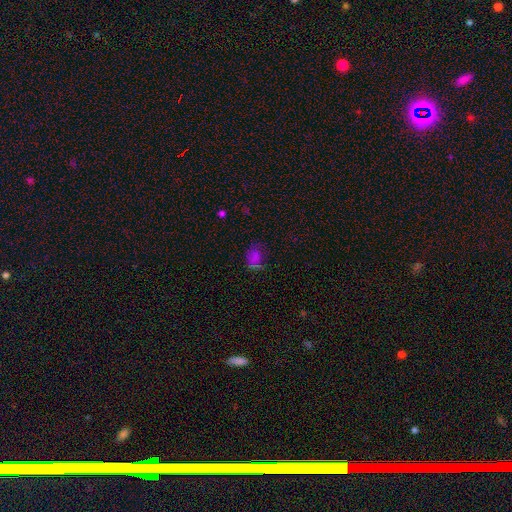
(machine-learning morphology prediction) A smooth galaxy with no disk features (58%) that is in between round and cigar-shaped (70%).

Vote fractions:
- Smooth or featured? smooth: 58% / star or artifact: 25% / featured or disk: 17%
- How rounded? in between: 70% / round: 29% / cigar-shaped: 2%
- Merging? none: 43% / minor disturbance: 25% / major disturbance: 25% / merger: 6%